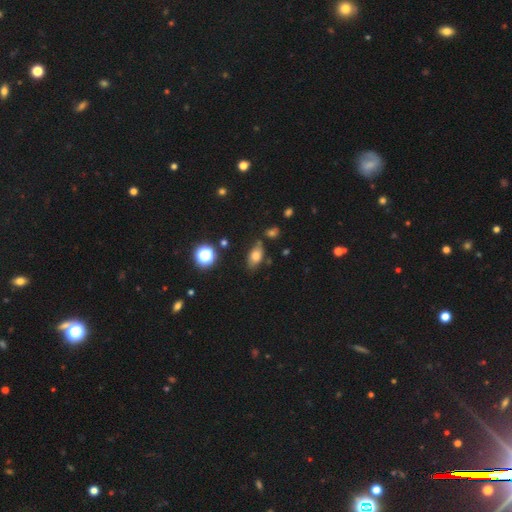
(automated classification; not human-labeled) This is likely a smooth galaxy (74%). How rounded: clearly in between (85%). Merging: likely none (72%).